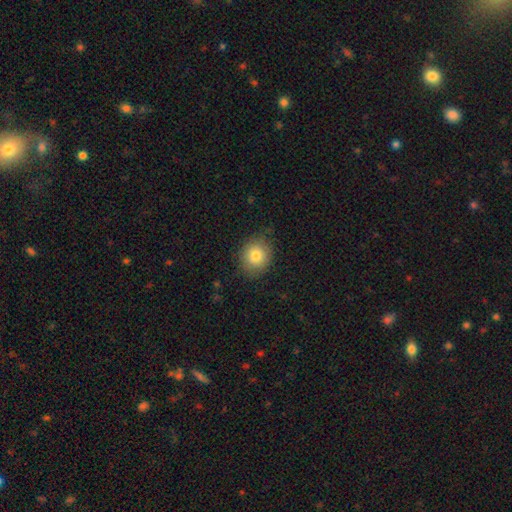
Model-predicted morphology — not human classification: type=smooth (82%); roundness=round (70%); merging=none (81%).